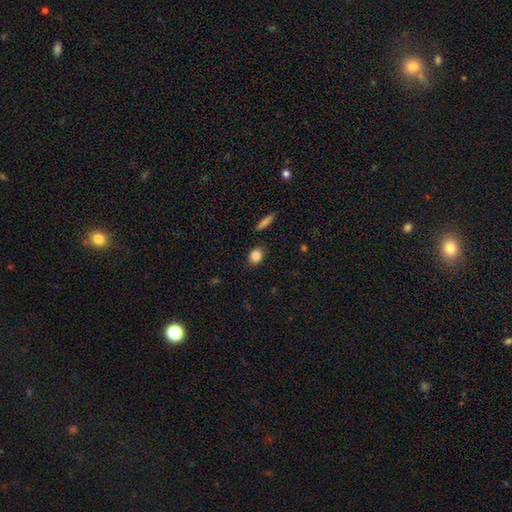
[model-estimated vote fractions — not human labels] This is clearly a smooth galaxy (86%). How rounded: possibly in between (53%). Merging: clearly none (86%).